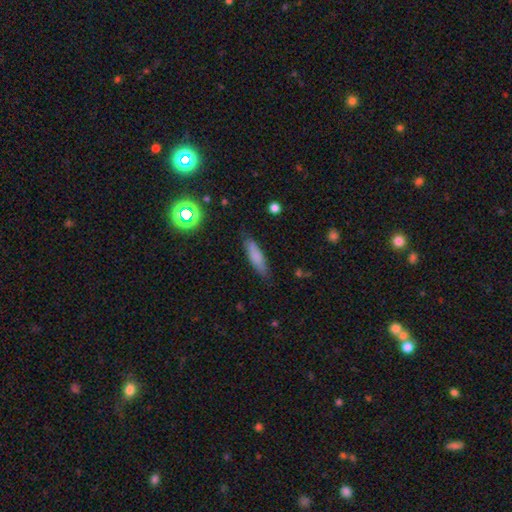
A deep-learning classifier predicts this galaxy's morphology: Smooth or featured: smooth — 78% (featured or disk — 13%)
How rounded: cigar-shaped — 67% (in between — 31%)
Merging: none — 81% (minor disturbance — 14%)